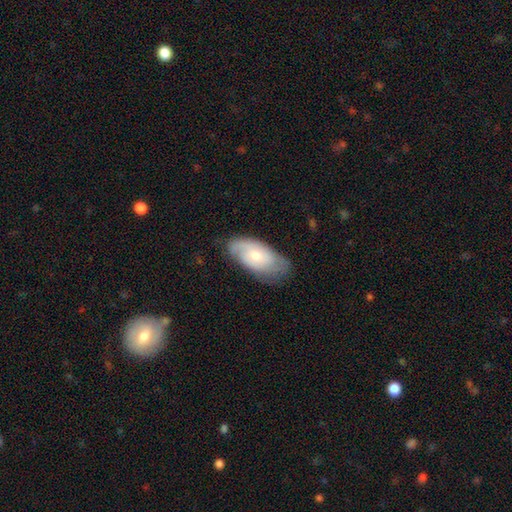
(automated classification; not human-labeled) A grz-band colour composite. It shows a featured or disk galaxy (48%). Merging: none (65%).